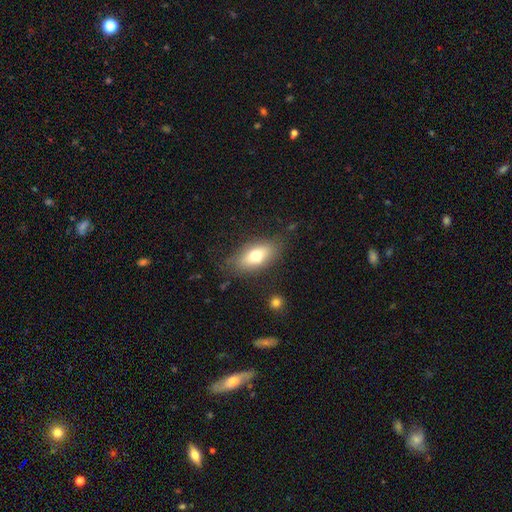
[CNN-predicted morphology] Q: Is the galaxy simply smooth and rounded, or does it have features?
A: smooth — 69%.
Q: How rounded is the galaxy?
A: in between — 84%.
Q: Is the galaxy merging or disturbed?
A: none — 77%.